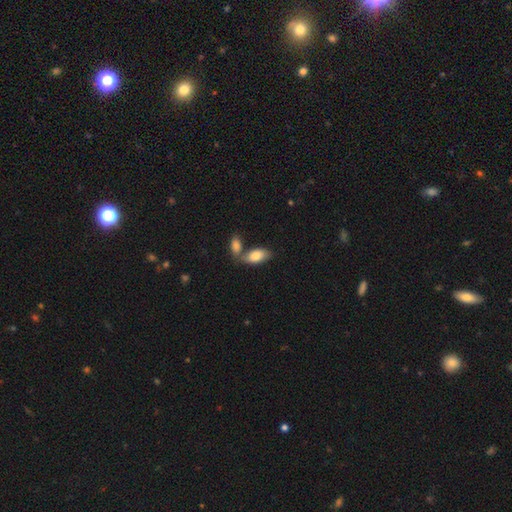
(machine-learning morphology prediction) Smooth or featured?
  - smooth: 81% *
  - featured or disk: 13%
  - star or artifact: 6%
How rounded?
  - in between: 92% *
  - cigar-shaped: 5%
  - round: 3%
Merging?
  - merger: 44% *
  - none: 41%
  - minor disturbance: 11%
  - major disturbance: 4%